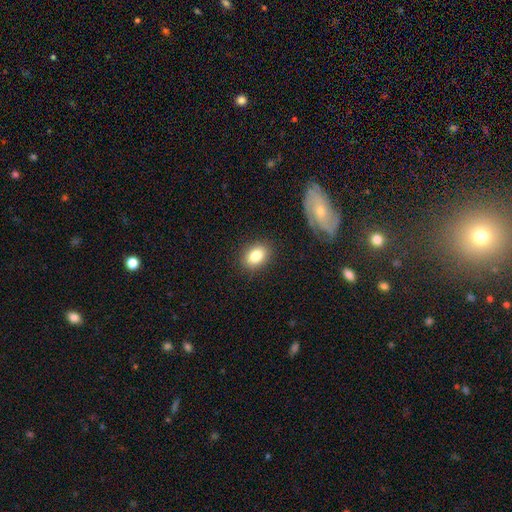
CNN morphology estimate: Smooth or featured: smooth — 82% (star or artifact — 9%)
How rounded: in between — 69% (round — 29%)
Merging: none — 87% (minor disturbance — 9%)